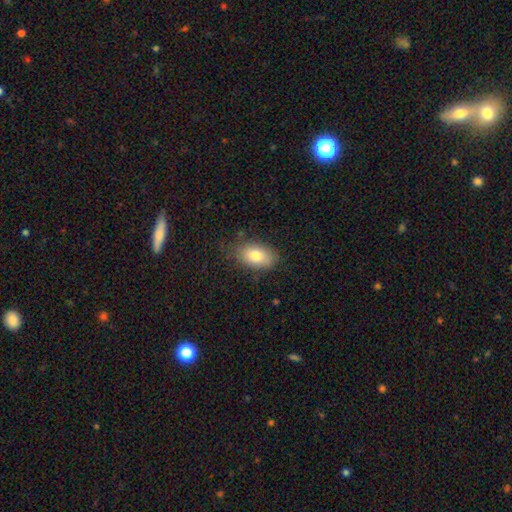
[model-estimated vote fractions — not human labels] Smooth or featured? Predicted: smooth (p=0.78). How rounded? Predicted: in between (p=0.90). Merging? Predicted: none (p=0.79).